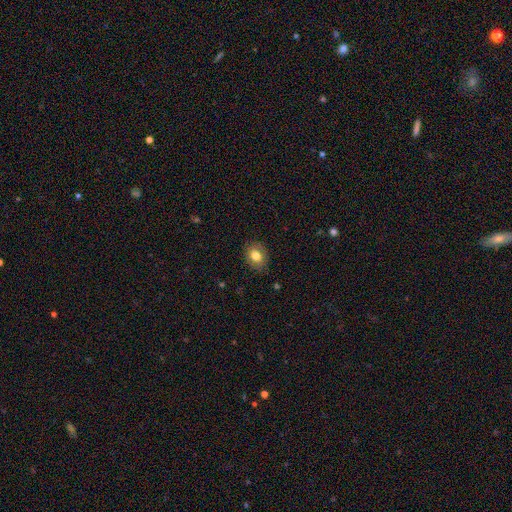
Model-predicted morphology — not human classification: smooth-or-featured: smooth: 78% | featured or disk: 13% | star or artifact: 9%
  how-rounded: in between: 57% | round: 42% | cigar-shaped: 1%
  merging: none: 84% | minor disturbance: 12% | major disturbance: 3% | merger: 1%